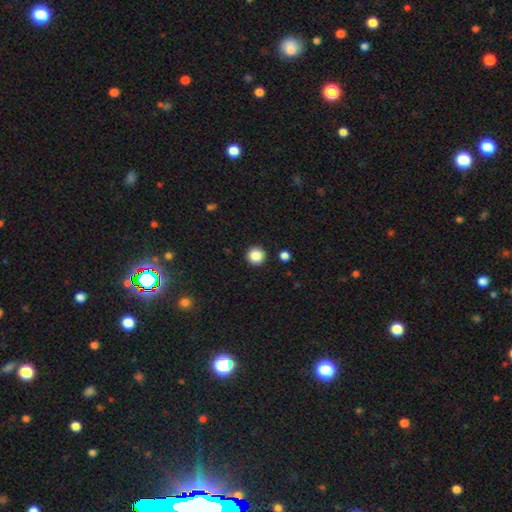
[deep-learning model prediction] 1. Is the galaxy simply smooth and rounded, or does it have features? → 87% smooth, 10% star or artifact, 3% featured or disk.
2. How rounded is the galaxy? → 95% round, 4% in between, 1% cigar-shaped.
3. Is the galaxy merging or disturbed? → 92% none, 5% minor disturbance, 2% major disturbance, 2% merger.